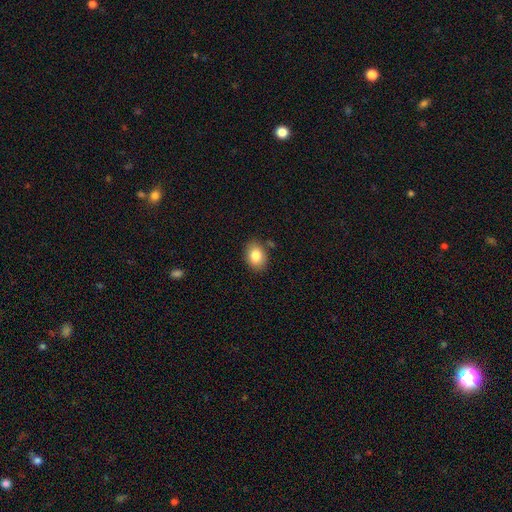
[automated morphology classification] This is clearly a smooth galaxy (83%). How rounded: likely in between (64%). Merging: clearly none (82%).